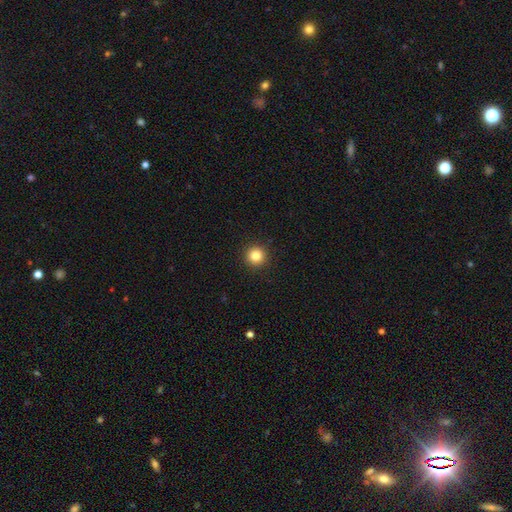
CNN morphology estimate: Smooth or featured? Predicted: smooth (p=0.83). How rounded? Predicted: round (p=0.96). Merging? Predicted: none (p=0.93).